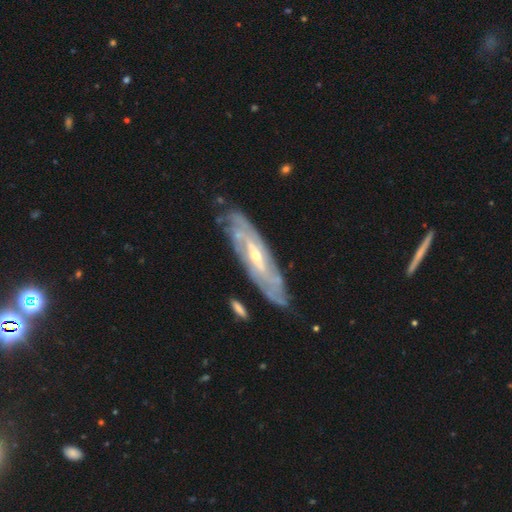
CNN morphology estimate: Smooth or featured?
  - featured or disk: 88% *
  - smooth: 7%
  - star or artifact: 5%
Edge-on disk?
  - no: 81% *
  - yes: 19%
Bar?
  - weak: 38% * (tied)
  - no: 38% * (tied)
  - strong: 24%
Spiral arms?
  - yes: 95% *
  - no: 5%
Spiral winding?
  - tight: 72% *
  - medium: 23%
  - loose: 6%
Spiral arm count?
  - can't tell: 41% *
  - 2: 21%
  - 3: 13%
  - 4: 12%
  - more than 4: 7%
  - 1: 5%
Bulge size?
  - small: 61% *
  - moderate: 36%
  - large: 1%
  - none: 1%
  - dominant: 1%
Merging?
  - none: 81% *
  - minor disturbance: 14%
  - major disturbance: 3%
  - merger: 2%